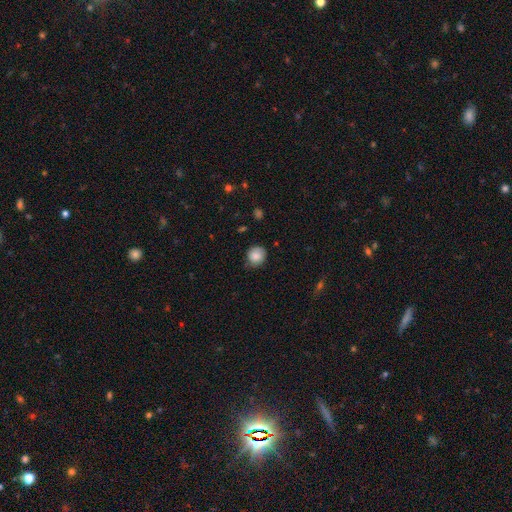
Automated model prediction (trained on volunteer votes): smooth_or_featured: smooth (p=0.85) [alt: star or artifact p=0.08]
how_rounded: round (p=0.83) [alt: in between p=0.16]
merging: none (p=0.69) [alt: minor disturbance p=0.25]